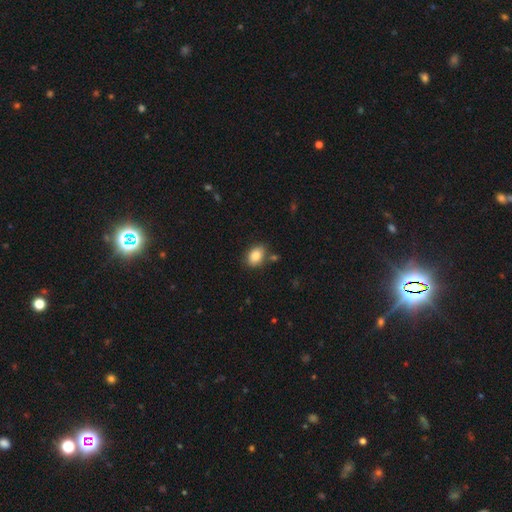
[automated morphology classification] smooth_or_featured: smooth (p=0.85) [alt: star or artifact p=0.08]
how_rounded: in between (p=0.84) [alt: round p=0.15]
merging: none (p=0.78) [alt: minor disturbance p=0.13]